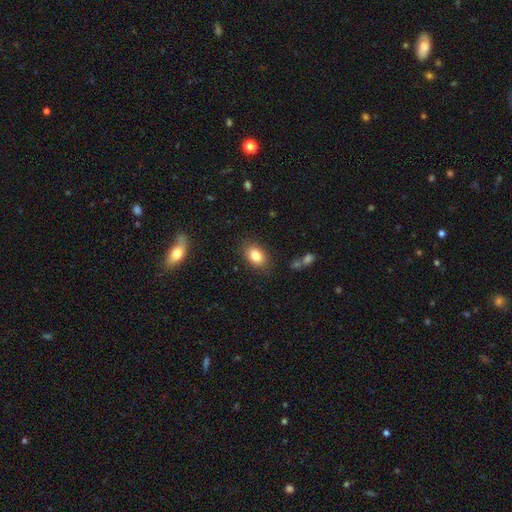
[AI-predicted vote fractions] Overall: smooth (83%). How rounded: in between (83%). Merging: none (84%).